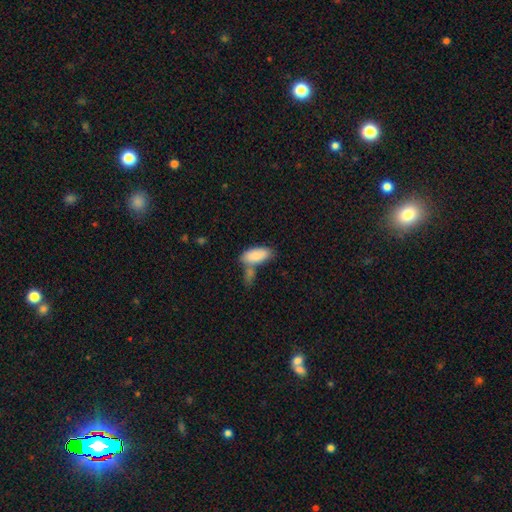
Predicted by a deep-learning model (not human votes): Smooth or featured: smooth — 83% (featured or disk — 11%)
How rounded: in between — 90% (cigar-shaped — 8%)
Merging: none — 44% (merger — 35%)